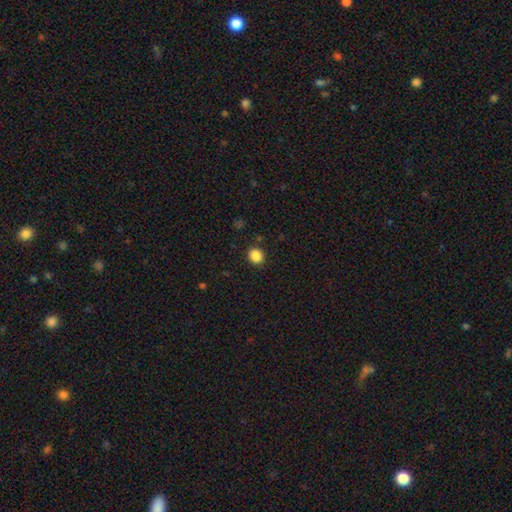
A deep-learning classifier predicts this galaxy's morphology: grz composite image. It shows a smooth galaxy with no disk features (87%) that is round (75%). Merging: none (88%).